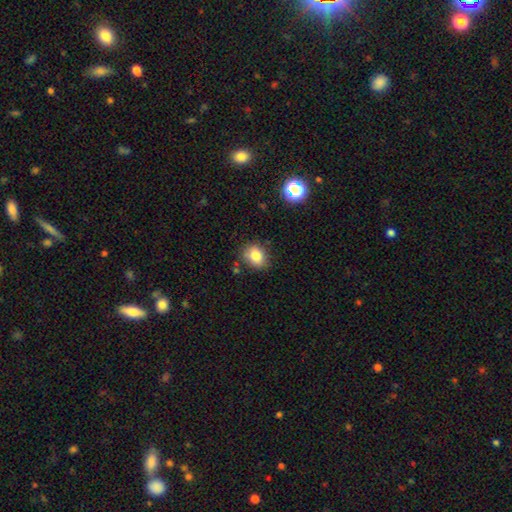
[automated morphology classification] This appears to be a smooth galaxy with no disk features (81%) that is in between round and cigar-shaped (52%). Merging: none (76%).